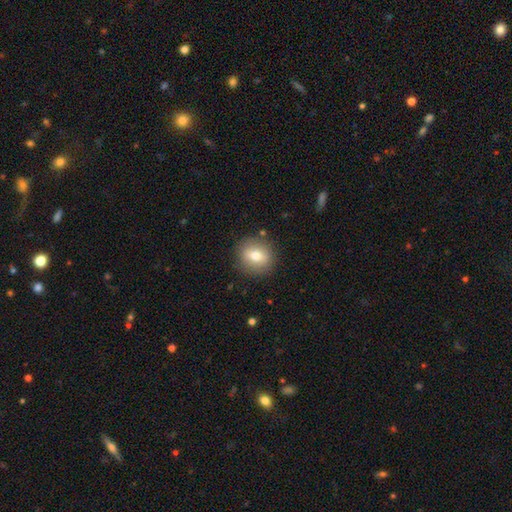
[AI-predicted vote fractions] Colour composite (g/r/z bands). It shows a smooth galaxy with no disk features (73%) that is round (86%). Merging: none (87%).